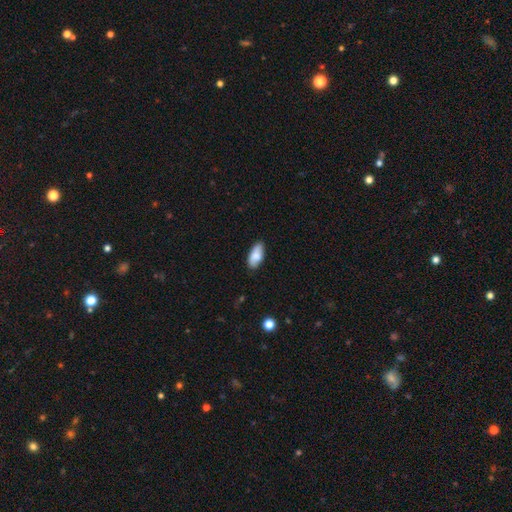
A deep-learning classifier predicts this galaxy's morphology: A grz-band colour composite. It shows a smooth galaxy with no disk features (83%) that is in between round and cigar-shaped (88%). Merging: none (82%).